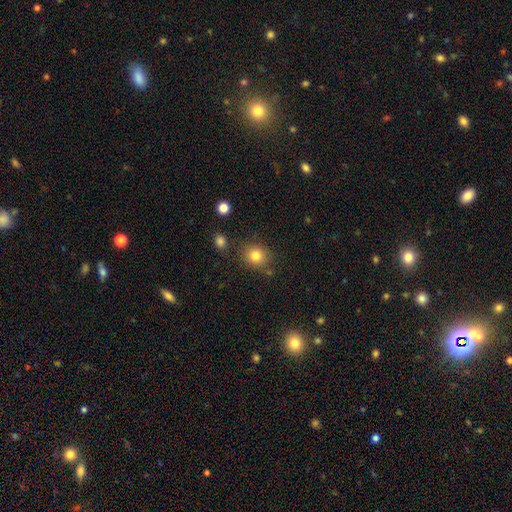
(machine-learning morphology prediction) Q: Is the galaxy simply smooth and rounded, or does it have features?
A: smooth — 81%.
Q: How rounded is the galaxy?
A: round — 75%.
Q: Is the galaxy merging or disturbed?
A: none — 81%.